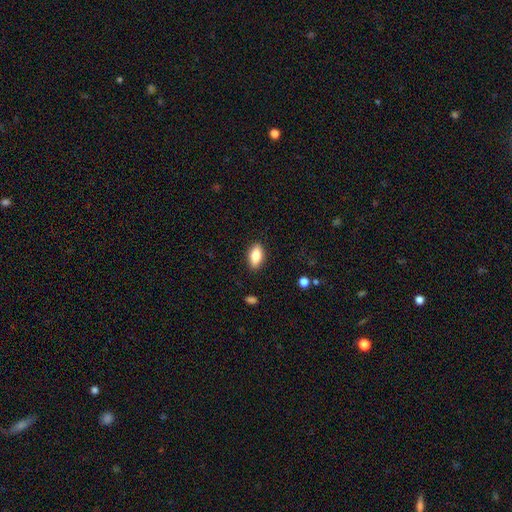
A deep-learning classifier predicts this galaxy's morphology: Smooth or featured? Predicted: smooth (p=0.83). How rounded? Predicted: in between (p=0.90). Merging? Predicted: none (p=0.88).